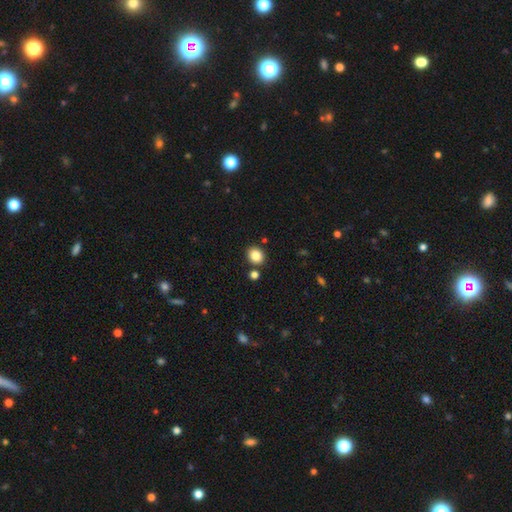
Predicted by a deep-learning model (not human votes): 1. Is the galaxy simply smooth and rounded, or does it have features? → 85% smooth, 10% star or artifact, 5% featured or disk.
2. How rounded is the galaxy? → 67% round, 32% in between, 1% cigar-shaped.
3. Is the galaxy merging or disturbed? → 83% none, 8% minor disturbance, 7% merger, 2% major disturbance.